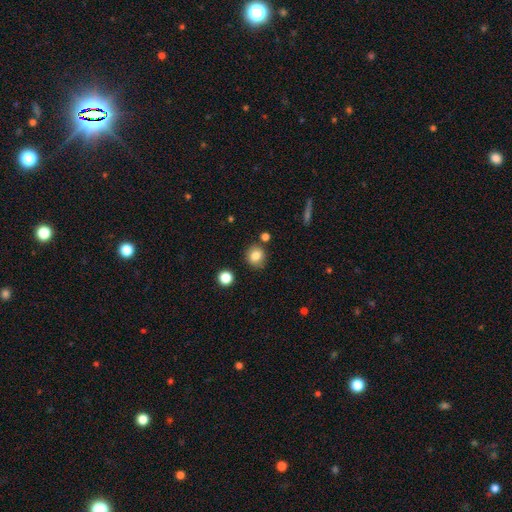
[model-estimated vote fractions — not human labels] Morphology: type=smooth (83%); roundness=round (85%); merging=none (82%).